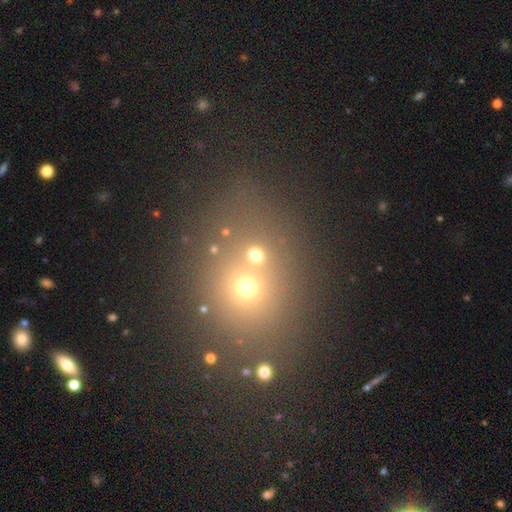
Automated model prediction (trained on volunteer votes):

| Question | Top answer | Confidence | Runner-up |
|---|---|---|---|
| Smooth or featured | smooth | 68% | star or artifact (23%) |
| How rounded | round | 82% | in between (17%) |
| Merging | none | 54% | merger (34%) |